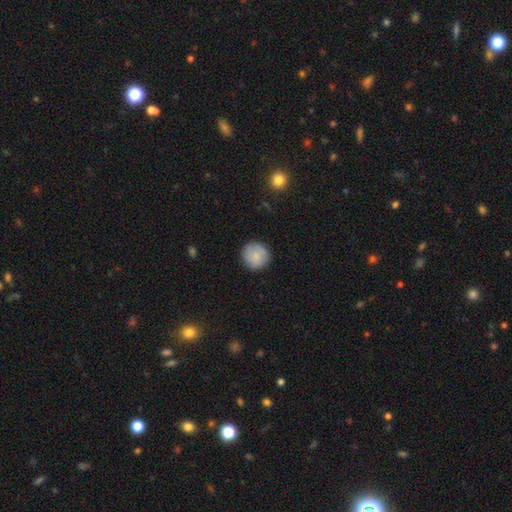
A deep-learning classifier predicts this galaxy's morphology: A smooth galaxy with no disk features (77%) that is round (94%). Merging: none (88%).